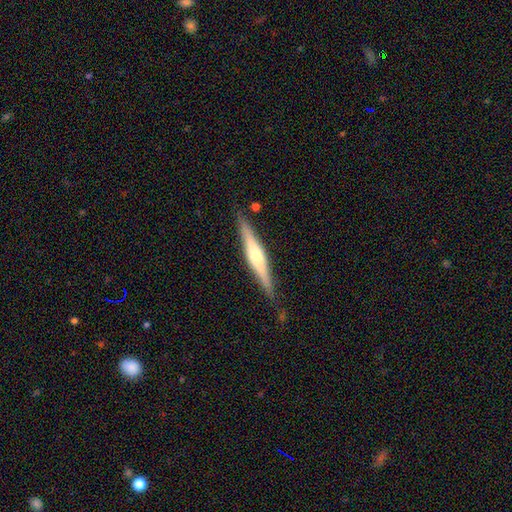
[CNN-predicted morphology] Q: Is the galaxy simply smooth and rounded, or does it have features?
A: featured or disk — 72%.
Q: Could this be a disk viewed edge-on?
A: yes — 97%.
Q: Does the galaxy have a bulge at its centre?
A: rounded — 81%.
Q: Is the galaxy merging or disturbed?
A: none — 87%.